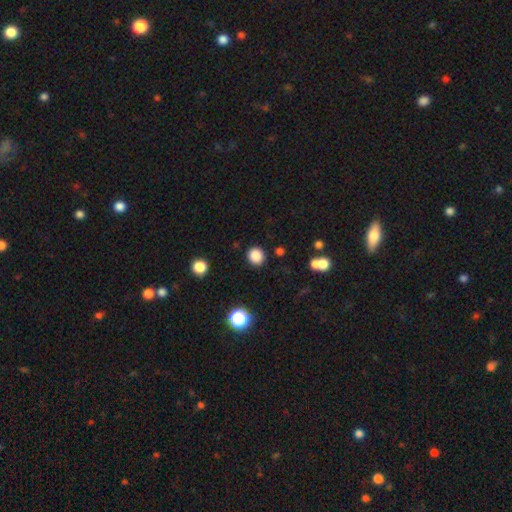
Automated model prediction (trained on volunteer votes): smooth_or_featured: smooth (p=0.85) [alt: star or artifact p=0.11]
how_rounded: round (p=0.88) [alt: in between p=0.11]
merging: none (p=0.88) [alt: minor disturbance p=0.07]